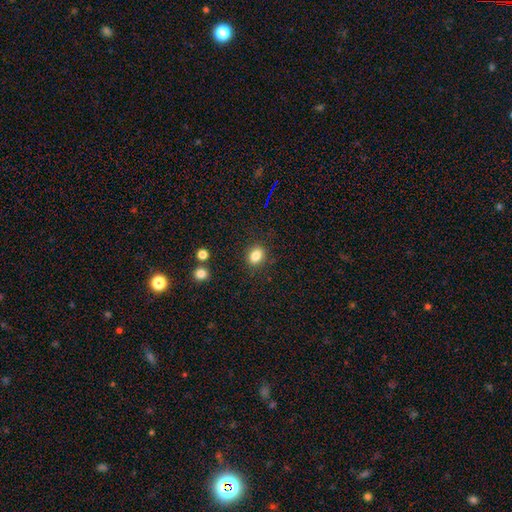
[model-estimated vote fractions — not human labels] A smooth galaxy with no disk features (84%) that is in between round and cigar-shaped (54%). Merging: none (86%).